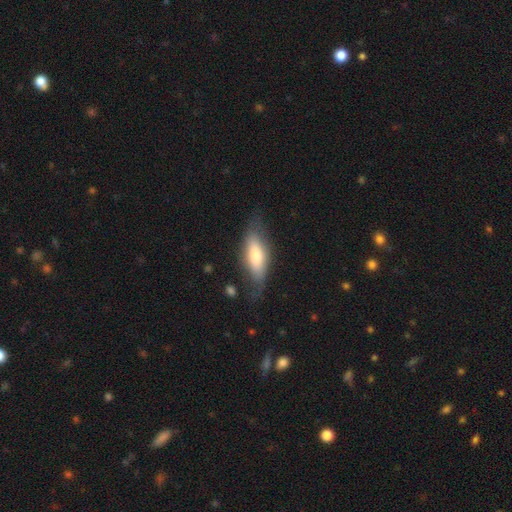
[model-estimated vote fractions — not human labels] smooth_or_featured: smooth (p=0.66) [alt: featured or disk p=0.28]
how_rounded: in between (p=0.68) [alt: cigar-shaped p=0.29]
merging: none (p=0.64) [alt: minor disturbance p=0.25]